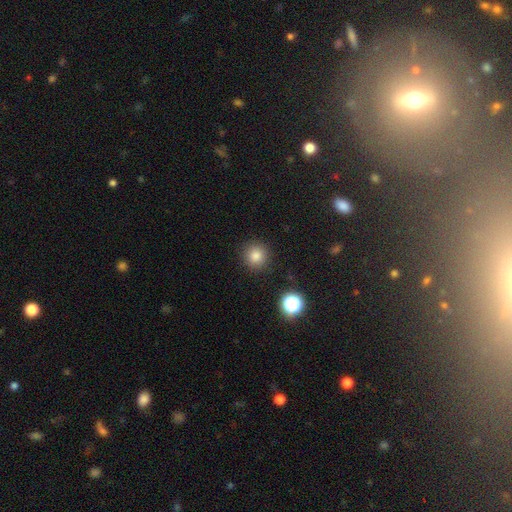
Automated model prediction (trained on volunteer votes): Smooth or featured: smooth — 82% (star or artifact — 13%)
How rounded: round — 94% (in between — 6%)
Merging: none — 90% (minor disturbance — 6%)